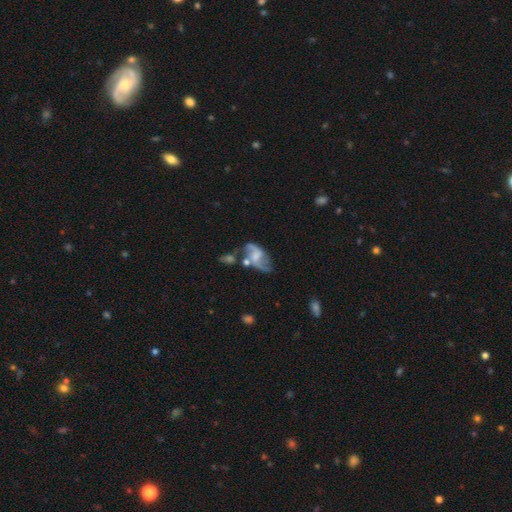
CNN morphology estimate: smooth-or-featured: featured or disk: 77% | smooth: 16% | star or artifact: 7%
  disk-edge-on: no: 96% | yes: 4%
    bar: weak: 46% | no: 40% | strong: 14%
    has-spiral-arms: yes: 90% | no: 10%
      spiral-winding: loose: 65% | medium: 28% | tight: 7%
      spiral-arm-count: 2: 88% | can't tell: 5% | 1: 3% | 3: 1% | 4: 1% | more than 4: 1%
    bulge-size: small: 36% | moderate: 31% | none: 27% | large: 5% | dominant: 1%
  merging: none: 47% | minor disturbance: 21% | merger: 19% | major disturbance: 13%